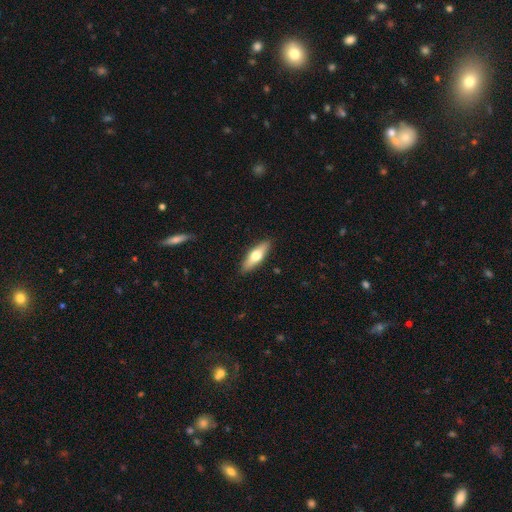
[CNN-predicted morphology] This appears to be a smooth galaxy with no disk features (58%) that is in between round and cigar-shaped (49%). Merging: none (89%).